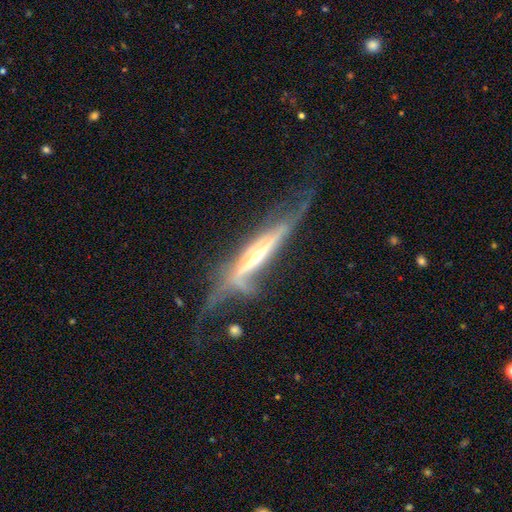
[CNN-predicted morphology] smooth-or-featured: featured or disk: 80% | smooth: 14% | star or artifact: 6%
  disk-edge-on: yes: 78% | no: 22%
    edge-on-bulge: rounded: 72% | none: 15% | boxy: 13%
  merging: none: 34% | major disturbance: 33% | minor disturbance: 25% | merger: 7%